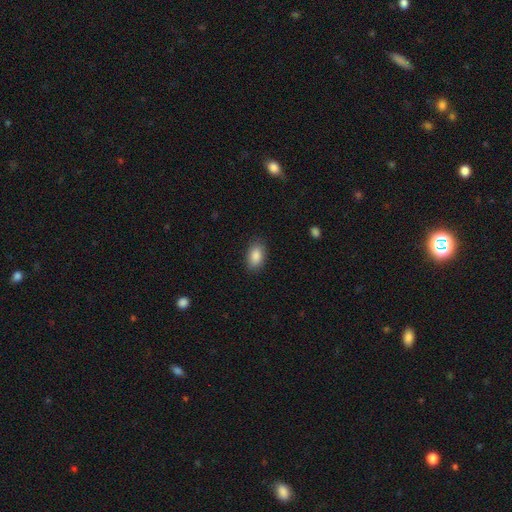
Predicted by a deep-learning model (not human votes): A smooth galaxy with no disk features (88%) that is in between round and cigar-shaped (91%).

Vote fractions:
- Smooth or featured? smooth: 88% / star or artifact: 7% / featured or disk: 5%
- How rounded? in between: 91% / round: 7% / cigar-shaped: 2%
- Merging? none: 86% / minor disturbance: 11% / major disturbance: 3% / merger: 1%